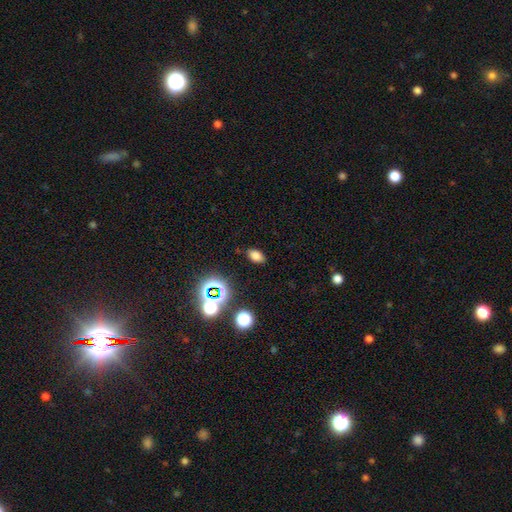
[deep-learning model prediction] smooth_or_featured: smooth (p=0.72) [alt: star or artifact p=0.20]
how_rounded: in between (p=0.88) [alt: round p=0.10]
merging: none (p=0.86) [alt: minor disturbance p=0.09]